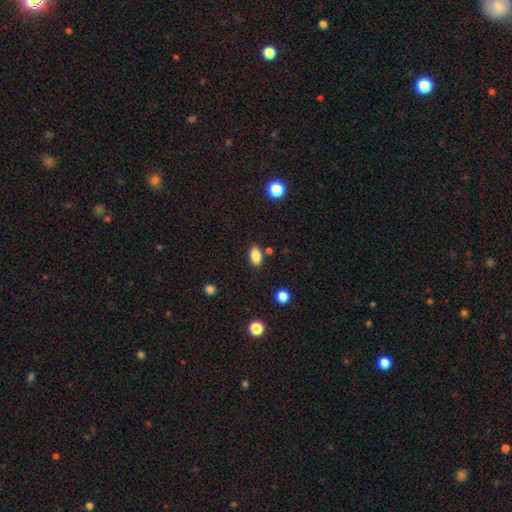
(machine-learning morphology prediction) This appears to be a smooth galaxy with no disk features (85%) that is in between round and cigar-shaped (88%). Merging: none (82%).